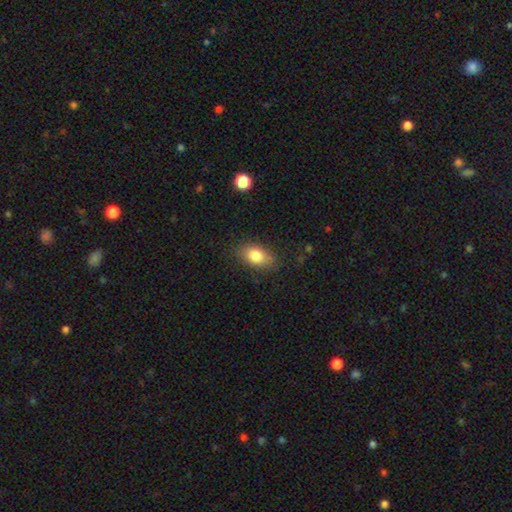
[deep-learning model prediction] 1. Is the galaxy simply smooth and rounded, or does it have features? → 81% smooth, 11% featured or disk, 8% star or artifact.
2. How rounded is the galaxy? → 86% in between, 11% round, 3% cigar-shaped.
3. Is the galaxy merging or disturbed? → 79% none, 16% minor disturbance, 4% major disturbance, 1% merger.